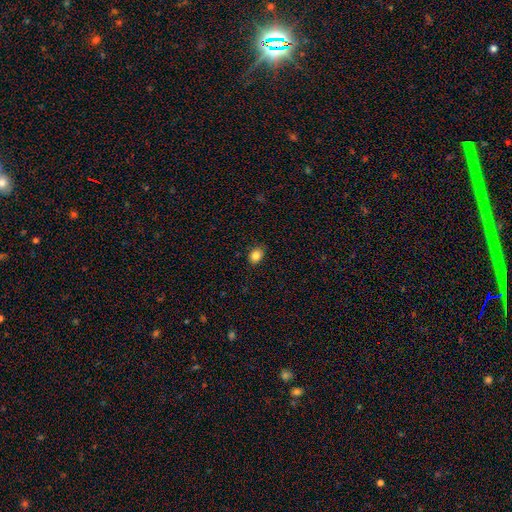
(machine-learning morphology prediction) Smooth or featured?
  - smooth: 84% *
  - star or artifact: 10%
  - featured or disk: 5%
How rounded?
  - in between: 57% *
  - round: 42%
  - cigar-shaped: 1%
Merging?
  - none: 87% *
  - minor disturbance: 10%
  - major disturbance: 2%
  - merger: 1%